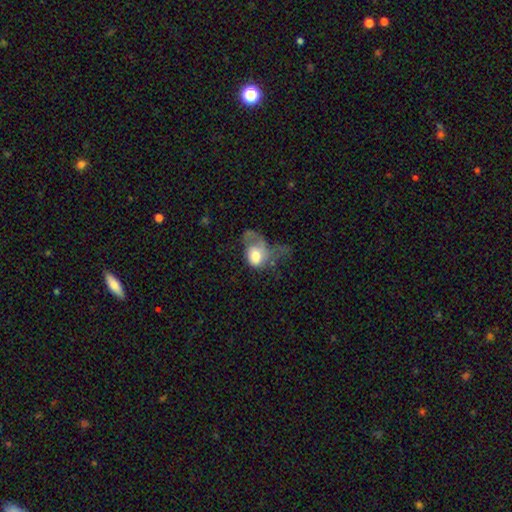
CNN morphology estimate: smooth 59%, featured or disk 33%, star or artifact 8%. Down the decision tree: how rounded — in between (65%); merging — major disturbance (65%).